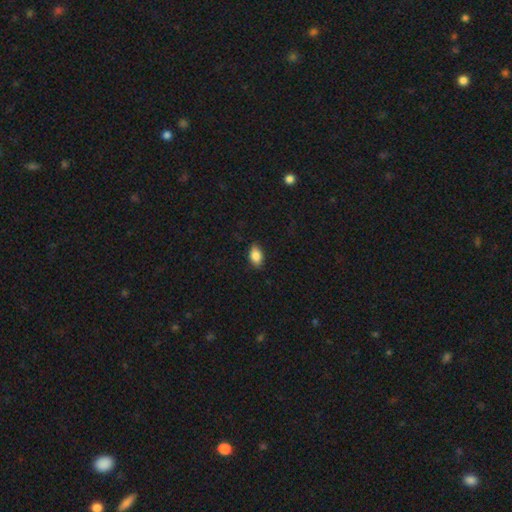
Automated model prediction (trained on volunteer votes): A smooth galaxy with no disk features (84%) that is in between round and cigar-shaped (89%).

Vote fractions:
- Smooth or featured? smooth: 84% / featured or disk: 9% / star or artifact: 8%
- How rounded? in between: 89% / round: 7% / cigar-shaped: 4%
- Merging? none: 85% / minor disturbance: 12% / major disturbance: 2% / merger: 1%